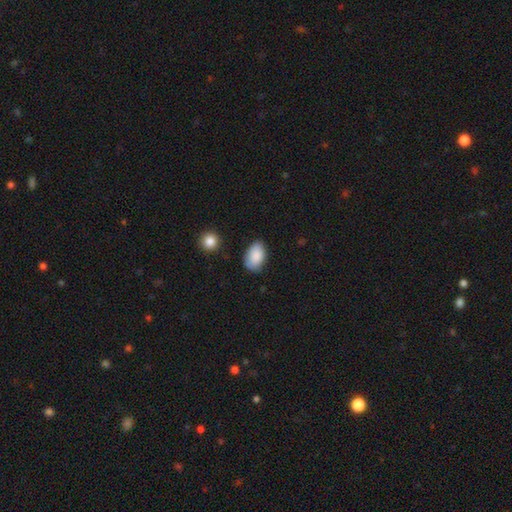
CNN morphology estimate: This appears to be a smooth galaxy with no disk features (88%) that is in between round and cigar-shaped (91%). Merging: none (74%).